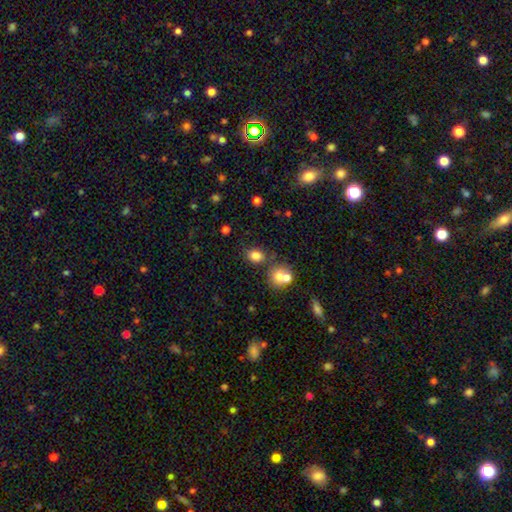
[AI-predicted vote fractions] A smooth galaxy with no disk features (80%) that is in between round and cigar-shaped (60%). Merging: none (70%).